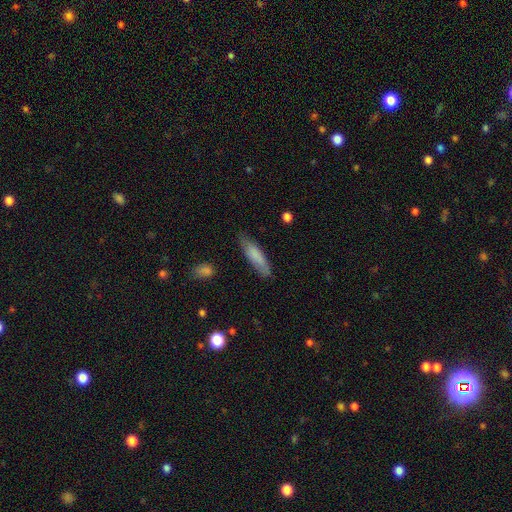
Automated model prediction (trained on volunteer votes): smooth 78%, featured or disk 16%, star or artifact 6%. Down the decision tree: how rounded — cigar-shaped (69%); merging — none (76%).